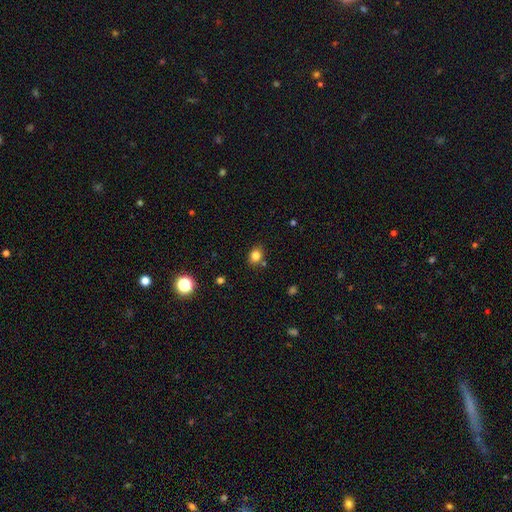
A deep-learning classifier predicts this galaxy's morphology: Smooth or featured? smooth (82%)
How rounded? round (57%)
Merging? none (80%)